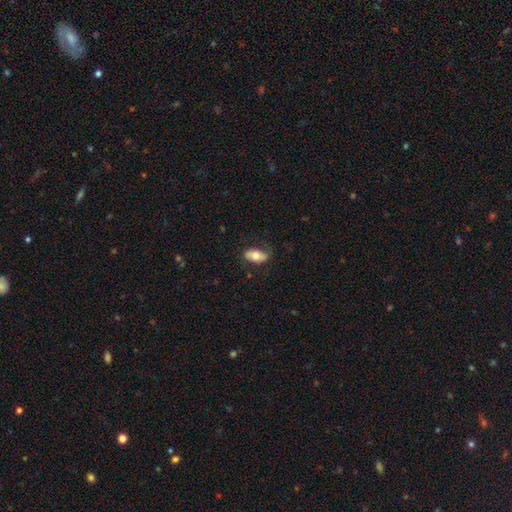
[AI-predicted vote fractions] Smooth or featured: smooth — 67% (featured or disk — 26%)
How rounded: in between — 91% (round — 5%)
Merging: none — 75% (minor disturbance — 18%)